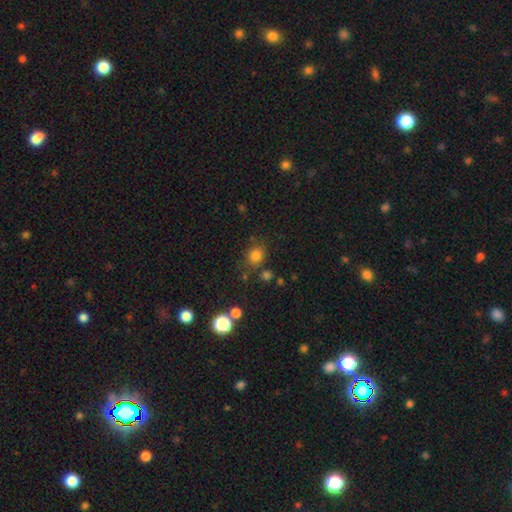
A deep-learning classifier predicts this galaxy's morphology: This is likely a smooth galaxy (79%). How rounded: likely round (70%). Merging: likely none (73%).